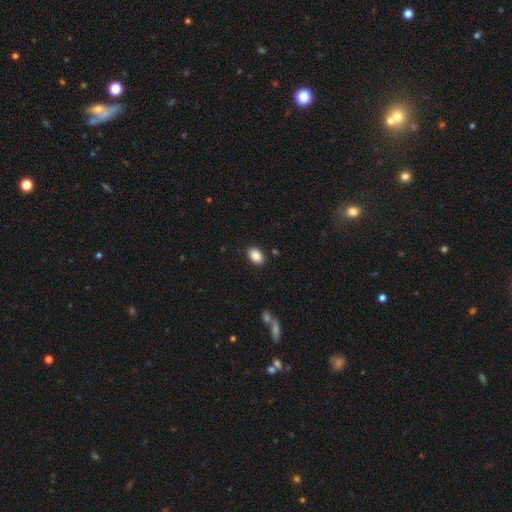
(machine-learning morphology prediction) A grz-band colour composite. It shows a smooth galaxy with no disk features (89%) that is in between round and cigar-shaped (86%). Merging: none (88%).